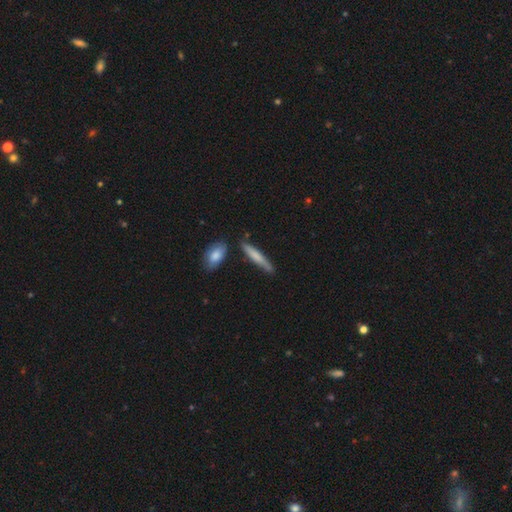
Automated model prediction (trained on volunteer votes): smooth-or-featured: smooth: 70% | featured or disk: 25% | star or artifact: 5%
  how-rounded: cigar-shaped: 88% | in between: 10% | round: 2%
  merging: none: 78% | minor disturbance: 14% | merger: 5% | major disturbance: 3%